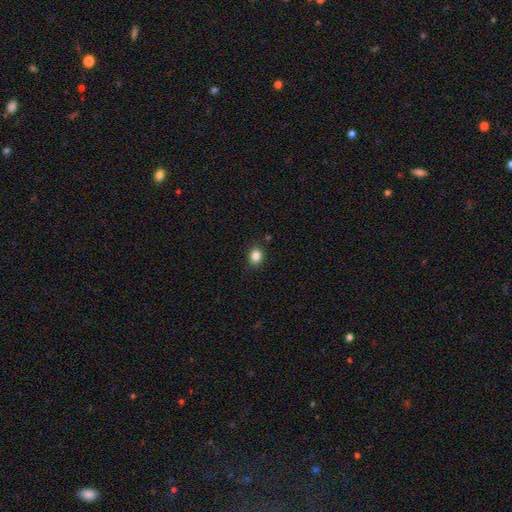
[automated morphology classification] Smooth or featured: smooth — 84% (star or artifact — 11%)
How rounded: round — 59% (in between — 40%)
Merging: none — 86% (minor disturbance — 10%)